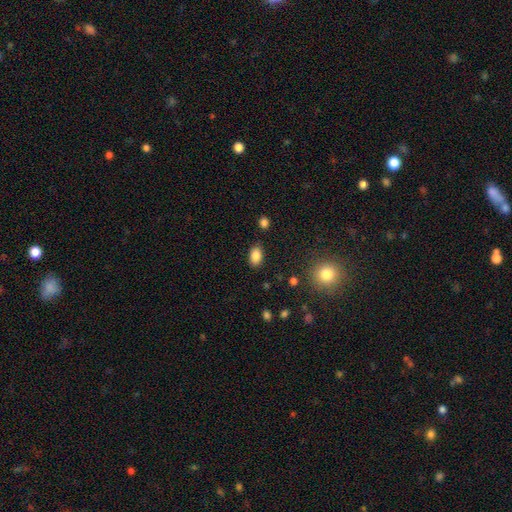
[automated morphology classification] Q: Smooth or featured?
A: smooth (86%); runner-up: star or artifact (9%)
Q: How rounded?
A: in between (88%); runner-up: round (10%)
Q: Merging?
A: none (85%); runner-up: minor disturbance (10%)